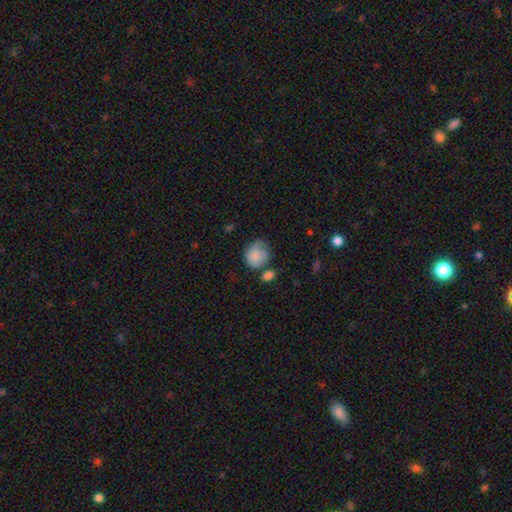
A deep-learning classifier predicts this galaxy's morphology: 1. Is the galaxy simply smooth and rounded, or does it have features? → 76% smooth, 16% featured or disk, 8% star or artifact.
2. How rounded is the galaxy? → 67% round, 32% in between, 1% cigar-shaped.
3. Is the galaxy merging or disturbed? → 48% none, 31% minor disturbance, 12% major disturbance, 10% merger.